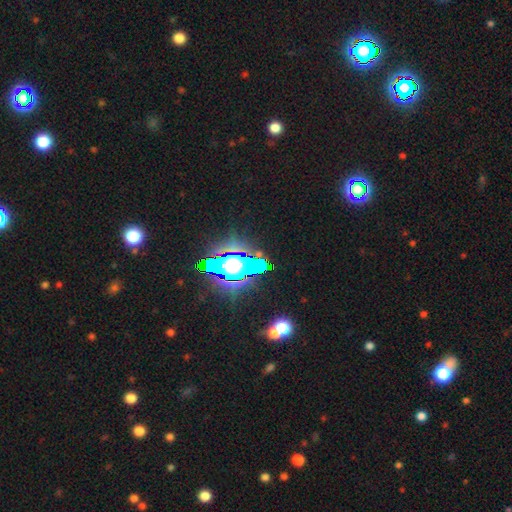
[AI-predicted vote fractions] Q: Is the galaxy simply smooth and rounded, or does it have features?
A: star or artifact — 63%.